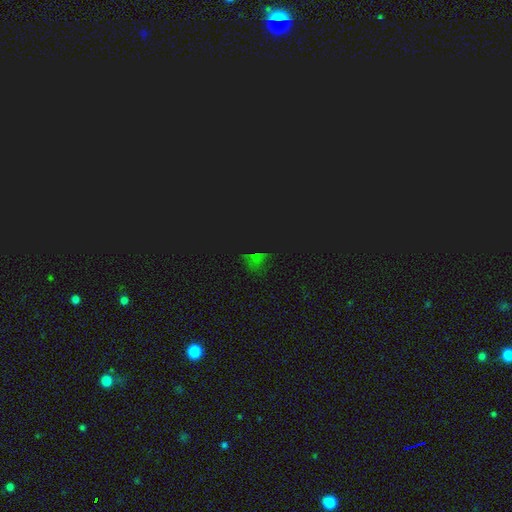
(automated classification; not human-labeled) Q: Smooth or featured?
A: star or artifact (73%); runner-up: smooth (20%)